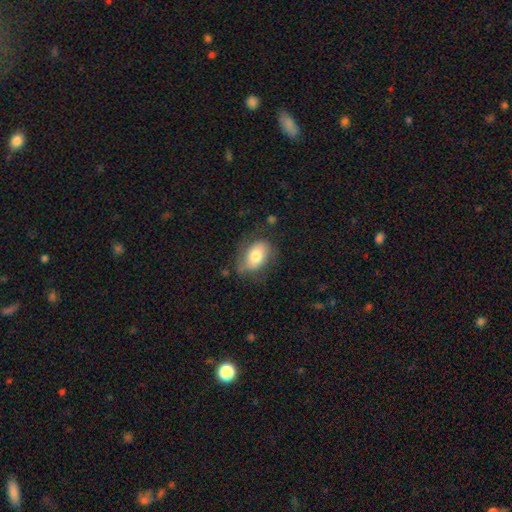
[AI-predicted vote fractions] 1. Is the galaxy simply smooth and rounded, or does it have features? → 68% smooth, 25% featured or disk, 7% star or artifact.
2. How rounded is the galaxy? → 82% in between, 16% round, 1% cigar-shaped.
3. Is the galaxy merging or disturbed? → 60% none, 26% minor disturbance, 11% major disturbance, 2% merger.